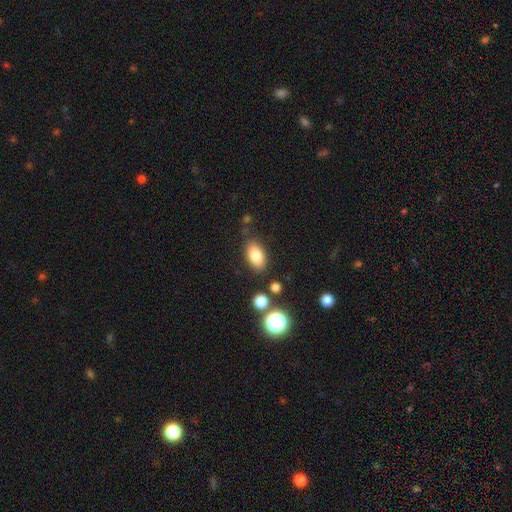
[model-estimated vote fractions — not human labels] Q: Smooth or featured?
A: smooth (82%); runner-up: featured or disk (9%)
Q: How rounded?
A: in between (90%); runner-up: round (7%)
Q: Merging?
A: none (81%); runner-up: minor disturbance (12%)